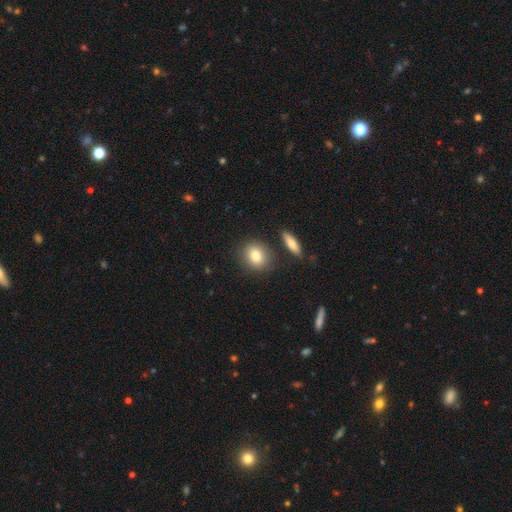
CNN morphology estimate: Overall: smooth (82%). How rounded: round (62%; in between 36%). Merging: none (81%).